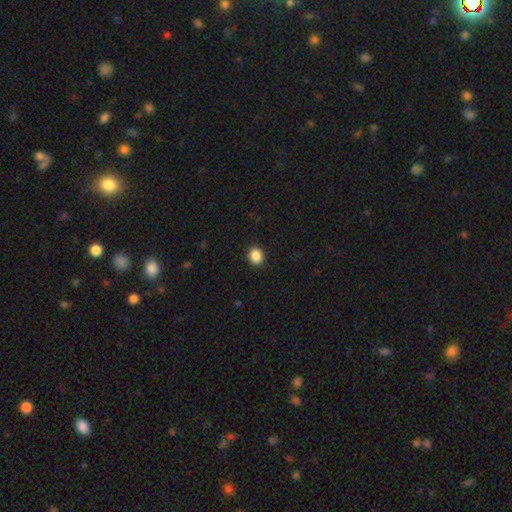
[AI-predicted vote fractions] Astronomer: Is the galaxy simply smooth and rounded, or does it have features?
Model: smooth — 88%.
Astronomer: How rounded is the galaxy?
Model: round — 63%.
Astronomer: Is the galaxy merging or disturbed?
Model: none — 91%.